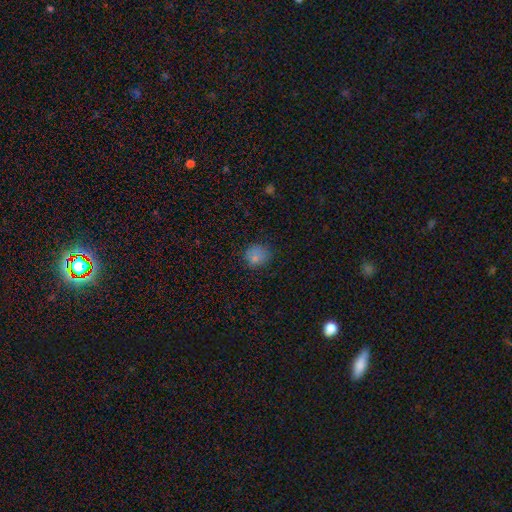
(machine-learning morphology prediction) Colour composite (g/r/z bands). It shows a smooth galaxy with no disk features (77%) that is round (74%). Merging: none (74%).